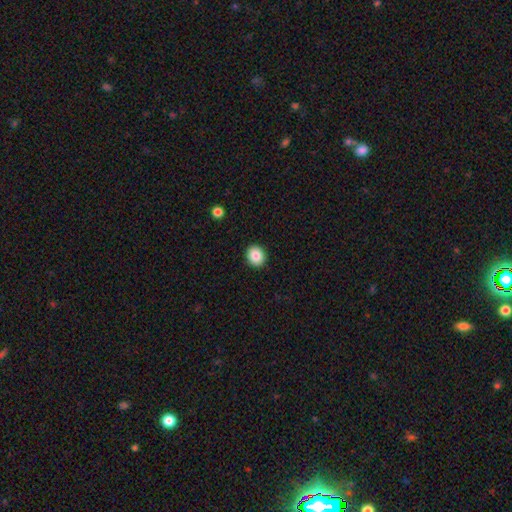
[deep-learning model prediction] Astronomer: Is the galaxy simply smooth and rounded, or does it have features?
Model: smooth — 85%.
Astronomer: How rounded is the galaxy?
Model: round — 73%.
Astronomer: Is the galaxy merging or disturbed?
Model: none — 92%.